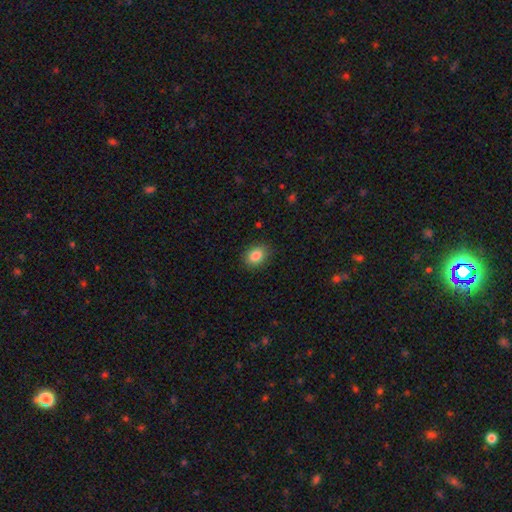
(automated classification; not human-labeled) Morphology: type=smooth (86%); roundness=in between (64%); merging=none (86%).